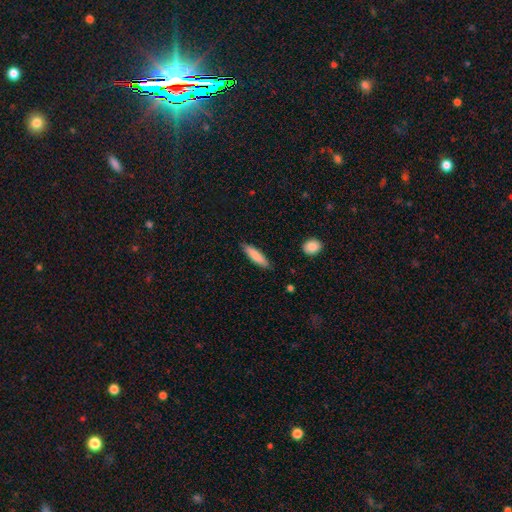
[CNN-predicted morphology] A smooth galaxy with no disk features (83%) that is cigar-shaped (74%). Merging: none (87%).